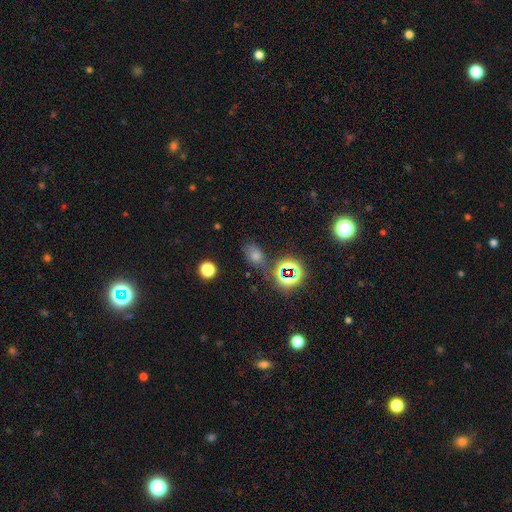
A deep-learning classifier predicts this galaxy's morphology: Smooth or featured? star or artifact (45%)